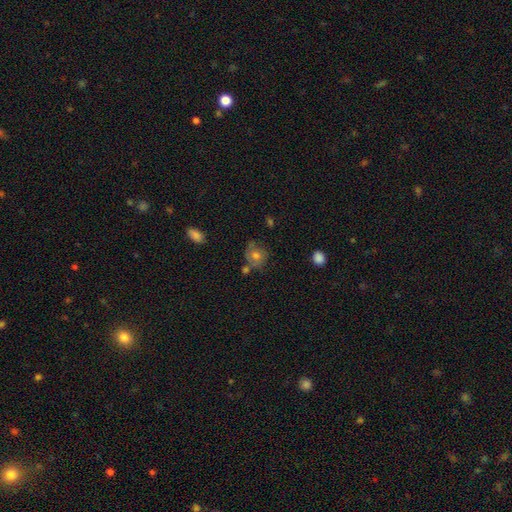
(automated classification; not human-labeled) smooth-or-featured: smooth: 60% | featured or disk: 28% | star or artifact: 12%
  how-rounded: round: 78% | in between: 21% | cigar-shaped: 1%
  merging: none: 61% | minor disturbance: 22% | merger: 10% | major disturbance: 8%